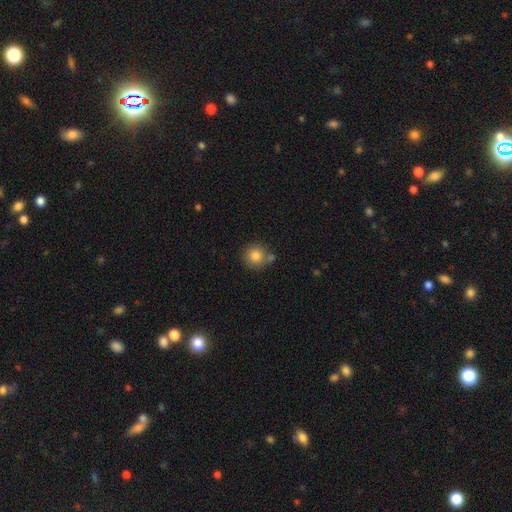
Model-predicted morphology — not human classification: Smooth or featured: smooth — 82% (star or artifact — 10%)
How rounded: round — 93% (in between — 7%)
Merging: none — 67% (merger — 18%)